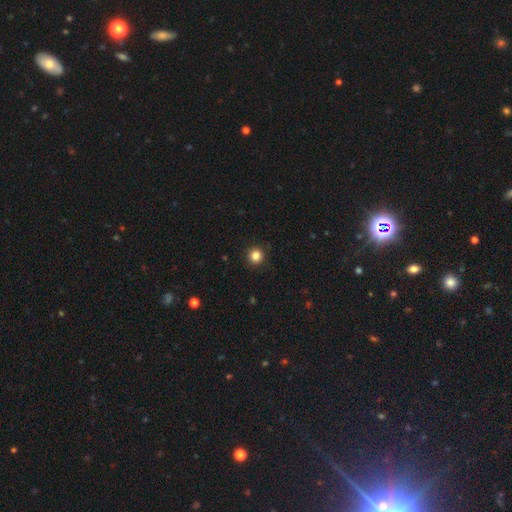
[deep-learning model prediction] smooth-or-featured: smooth: 84% | star or artifact: 12% | featured or disk: 4%
  how-rounded: round: 95% | in between: 4% | cigar-shaped: 1%
  merging: none: 93% | minor disturbance: 5% | major disturbance: 2% | merger: 1%